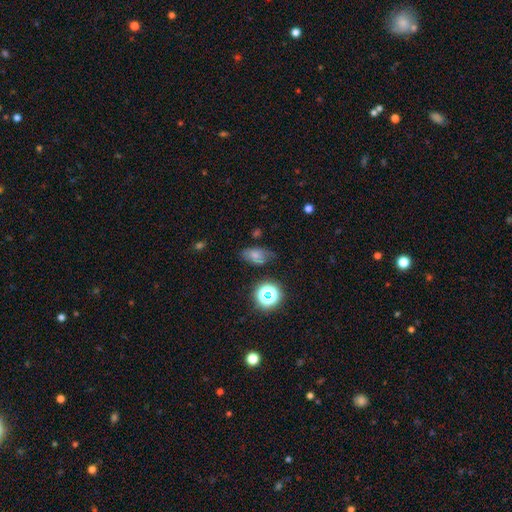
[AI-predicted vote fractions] Overall: smooth (62%). How rounded: in between (81%). Merging: none (57%; minor disturbance 30%).